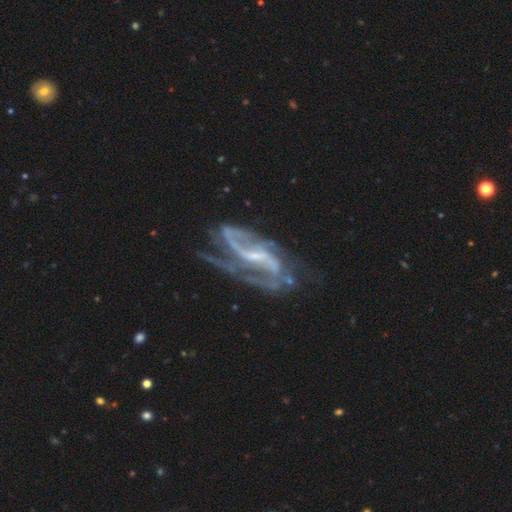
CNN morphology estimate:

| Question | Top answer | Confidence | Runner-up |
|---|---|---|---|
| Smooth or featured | featured or disk | 90% | star or artifact (6%) |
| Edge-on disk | no | 95% | yes (5%) |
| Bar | weak | 45% | strong (35%) |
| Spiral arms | yes | 96% | no (4%) |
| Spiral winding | medium | 45% | loose (39%) |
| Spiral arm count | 2 | 71% | can't tell (10%) |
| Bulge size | small | 57% | none (20%) |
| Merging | none | 53% | major disturbance (22%) |